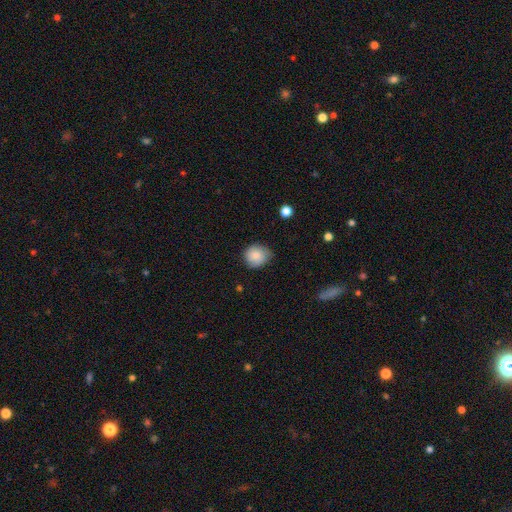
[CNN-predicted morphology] This is clearly a smooth galaxy (85%). How rounded: clearly round (81%). Merging: likely none (71%).